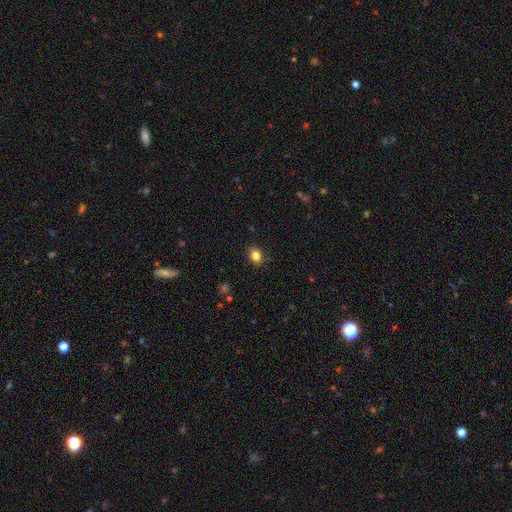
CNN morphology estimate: smooth_or_featured: smooth (p=0.84) [alt: star or artifact p=0.10]
how_rounded: in between (p=0.69) [alt: round p=0.30]
merging: none (p=0.87) [alt: minor disturbance p=0.09]